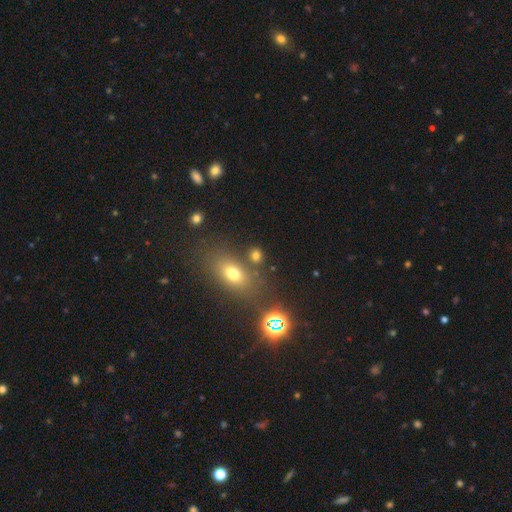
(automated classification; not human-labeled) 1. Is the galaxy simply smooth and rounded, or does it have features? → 69% smooth, 21% star or artifact, 10% featured or disk.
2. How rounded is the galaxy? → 50% round, 47% in between, 4% cigar-shaped.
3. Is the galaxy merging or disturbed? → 73% none, 12% merger, 11% minor disturbance, 5% major disturbance.